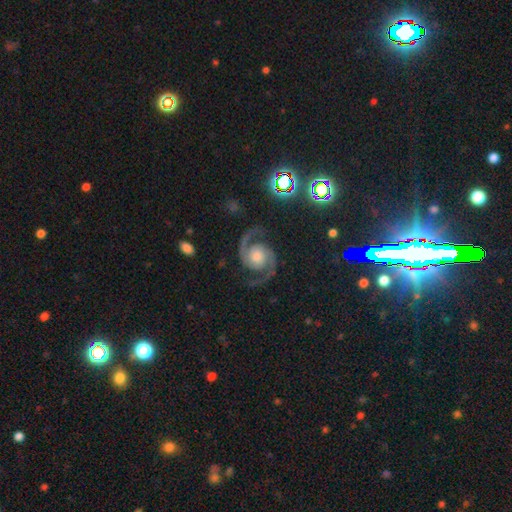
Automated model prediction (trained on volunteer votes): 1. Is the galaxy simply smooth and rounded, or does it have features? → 91% featured or disk, 6% star or artifact, 3% smooth.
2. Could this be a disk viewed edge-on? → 98% no, 2% yes.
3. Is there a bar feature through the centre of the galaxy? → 70% no, 23% weak, 8% strong.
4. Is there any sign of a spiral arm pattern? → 99% yes, 1% no.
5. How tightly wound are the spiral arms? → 60% medium, 30% tight, 10% loose.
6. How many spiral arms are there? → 95% 2, 1% can't tell, 1% 3, 1% 1, 1% 4, 1% more than 4.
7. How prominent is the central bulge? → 48% moderate, 26% small, 17% large, 6% none, 2% dominant.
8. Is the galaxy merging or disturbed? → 83% none, 11% minor disturbance, 4% major disturbance, 1% merger.